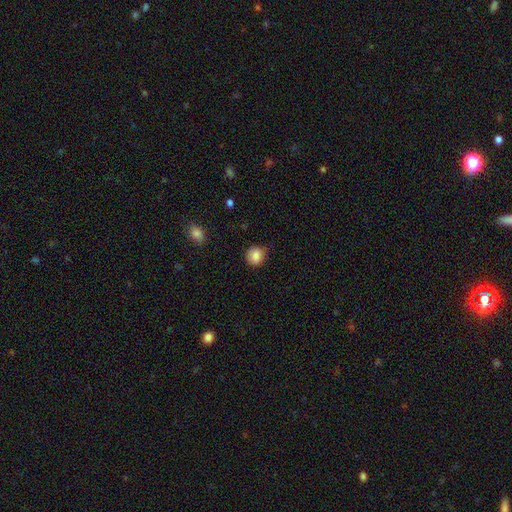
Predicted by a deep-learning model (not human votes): This appears to be a smooth galaxy with no disk features (86%) that is round (85%). Merging: none (77%).